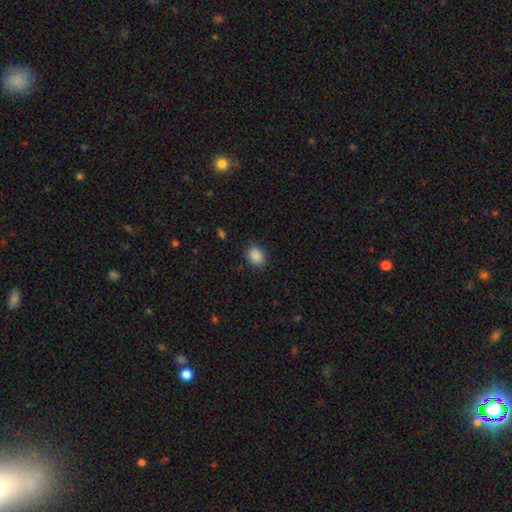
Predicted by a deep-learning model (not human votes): The model was most divided on "how rounded": round: 54%, in between: 45%, cigar-shaped: 1%. More confident: smooth or featured — smooth (88%); merging — none (87%).